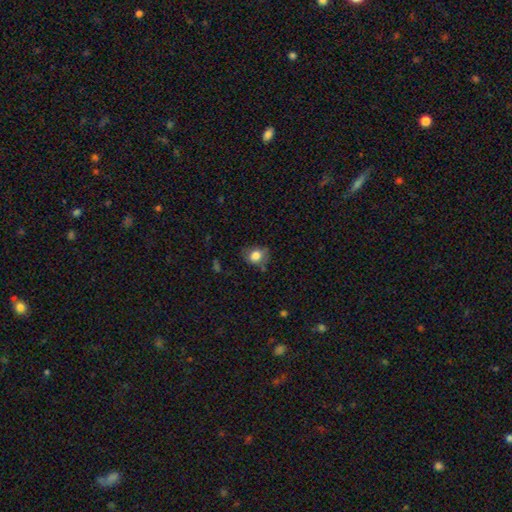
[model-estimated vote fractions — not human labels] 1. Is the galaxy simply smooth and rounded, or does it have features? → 79% smooth, 12% featured or disk, 9% star or artifact.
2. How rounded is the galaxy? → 52% round, 47% in between, 1% cigar-shaped.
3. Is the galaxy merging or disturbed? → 62% none, 26% minor disturbance, 9% major disturbance, 3% merger.